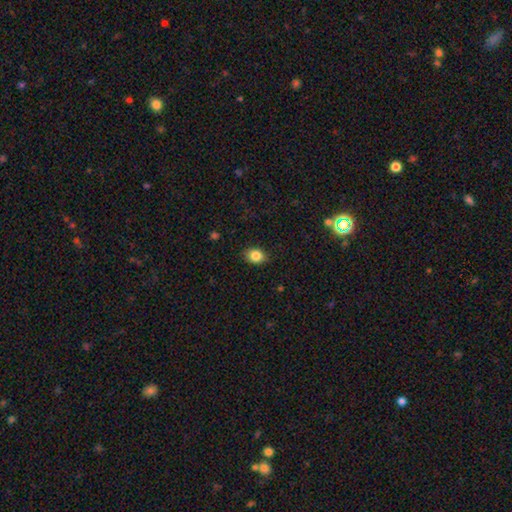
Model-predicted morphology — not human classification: smooth 85%, star or artifact 9%, featured or disk 6%. Down the decision tree: how rounded — in between (66%); merging — none (86%).